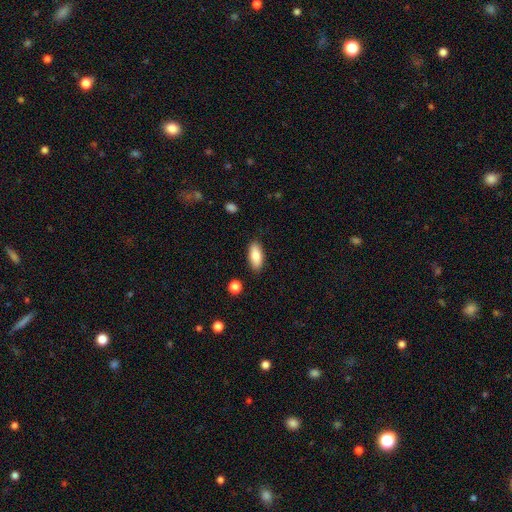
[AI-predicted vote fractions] Overall: smooth (84%). How rounded: in between (83%). Merging: none (87%).